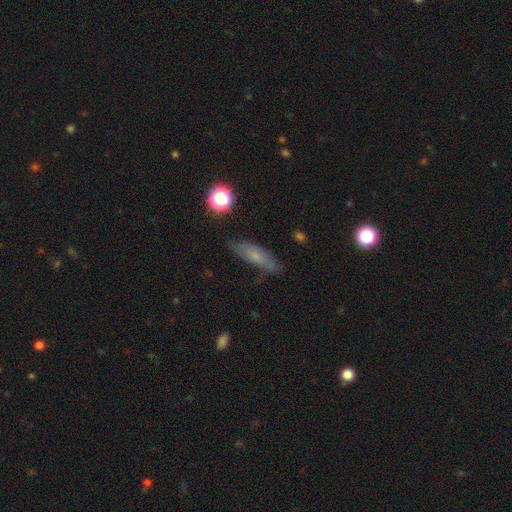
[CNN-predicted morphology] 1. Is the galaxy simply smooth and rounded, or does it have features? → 62% smooth, 26% featured or disk, 12% star or artifact.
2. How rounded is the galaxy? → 55% cigar-shaped, 41% in between, 4% round.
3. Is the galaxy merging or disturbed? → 74% none, 19% minor disturbance, 5% major disturbance, 2% merger.